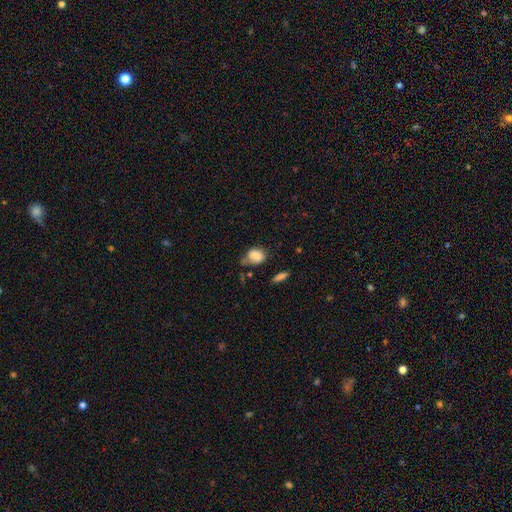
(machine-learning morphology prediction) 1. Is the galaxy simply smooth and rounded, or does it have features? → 80% smooth, 12% featured or disk, 9% star or artifact.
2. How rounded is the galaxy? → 66% in between, 33% round, 1% cigar-shaped.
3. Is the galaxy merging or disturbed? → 40% none, 36% minor disturbance, 17% major disturbance, 7% merger.